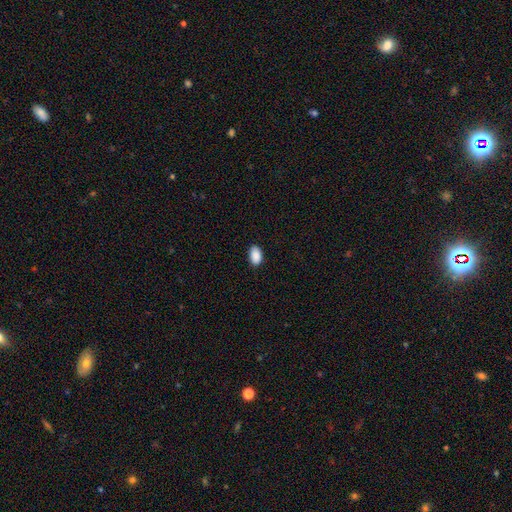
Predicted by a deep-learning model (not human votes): smooth_or_featured: smooth (p=0.90) [alt: star or artifact p=0.07]
how_rounded: in between (p=0.93) [alt: round p=0.06]
merging: none (p=0.86) [alt: minor disturbance p=0.11]